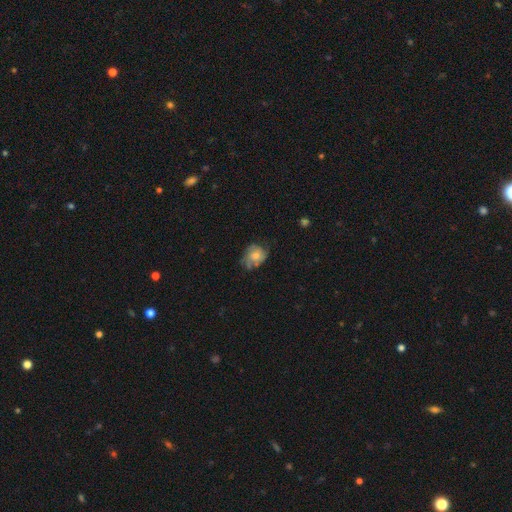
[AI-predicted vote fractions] Smooth or featured? Predicted: smooth (p=0.49). Merging? Predicted: none (p=0.51).